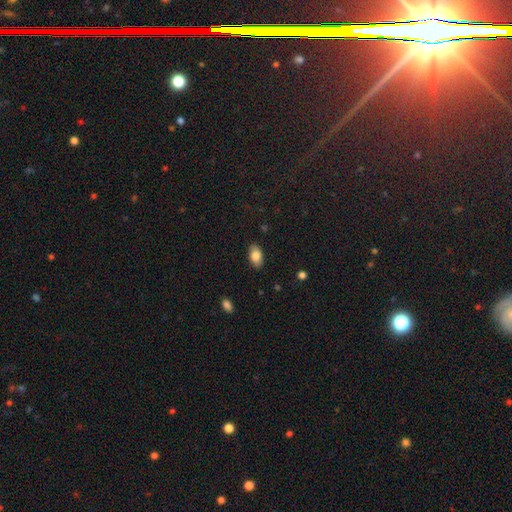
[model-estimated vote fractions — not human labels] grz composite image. It shows a smooth galaxy with no disk features (84%) that is in between round and cigar-shaped (93%). Merging: none (87%).